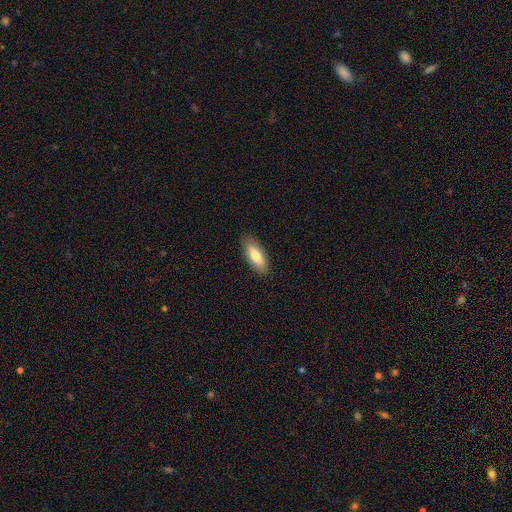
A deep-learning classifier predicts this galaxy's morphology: type=smooth (76%); roundness=in between (74%); merging=none (87%).